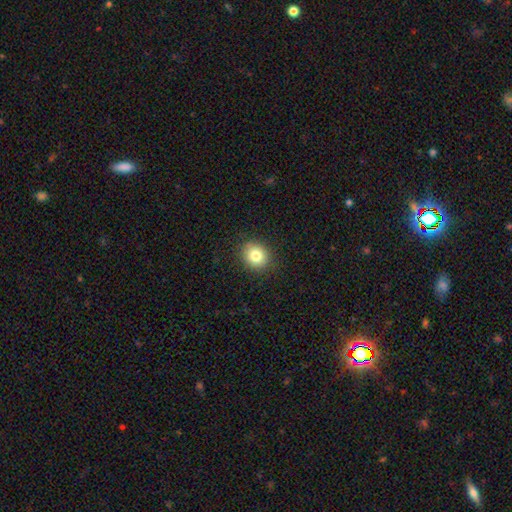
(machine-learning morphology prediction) A smooth galaxy with no disk features (82%) that is round (76%). Merging: none (89%).